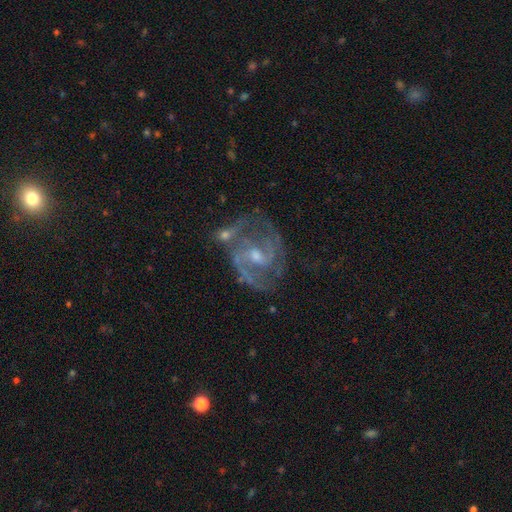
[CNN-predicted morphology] type=featured or disk (84%); edge-on=no (98%); bar=weak (49%); spiral arms=yes (94%); winding=medium (52%); arm count=2 (68%); bulge=small (55%); merging=none (59%).